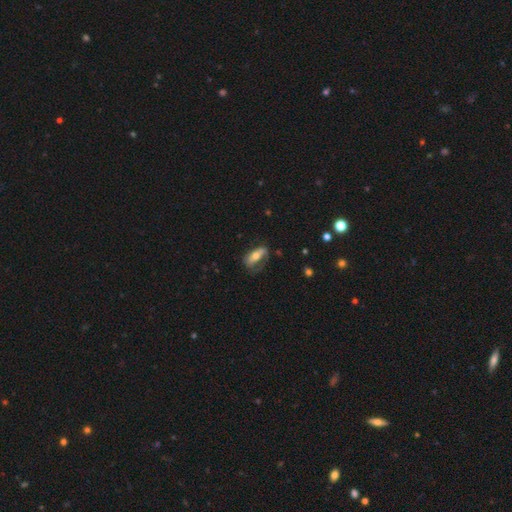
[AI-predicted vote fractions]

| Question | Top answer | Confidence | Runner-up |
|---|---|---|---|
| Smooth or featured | smooth | 49% | featured or disk (44%) |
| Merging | none | 43% | minor disturbance (28%) |